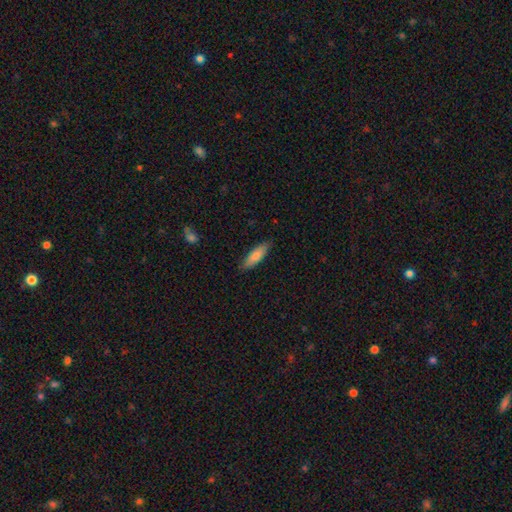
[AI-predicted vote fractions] Smooth or featured? smooth (82%)
How rounded? cigar-shaped (53%)
Merging? none (86%)